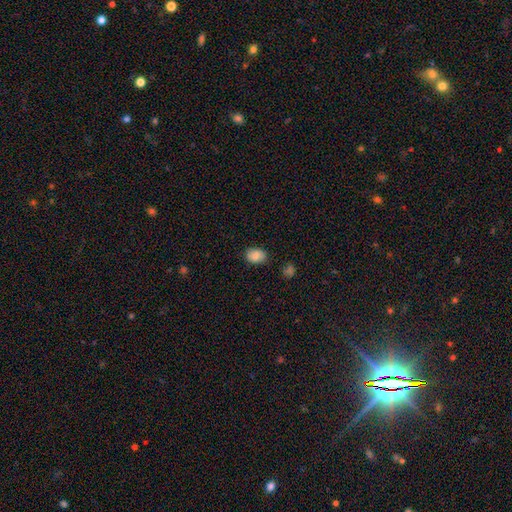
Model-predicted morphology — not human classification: Overall: smooth (81%). How rounded: in between (69%; round 30%). Merging: none (80%).